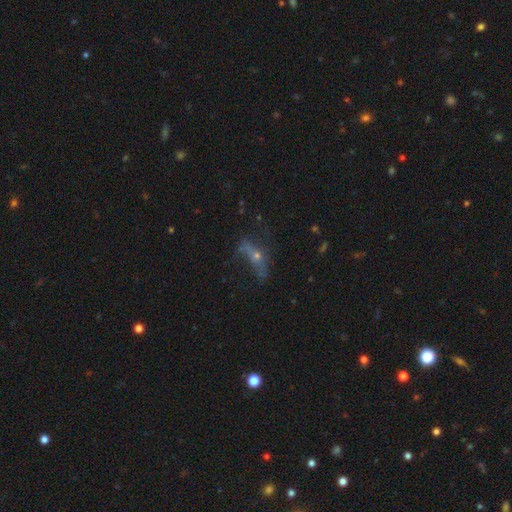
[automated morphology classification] featured or disk 52%, smooth 28%, star or artifact 19%. Down the decision tree: edge-on disk — no (66%); merging — none (43%).